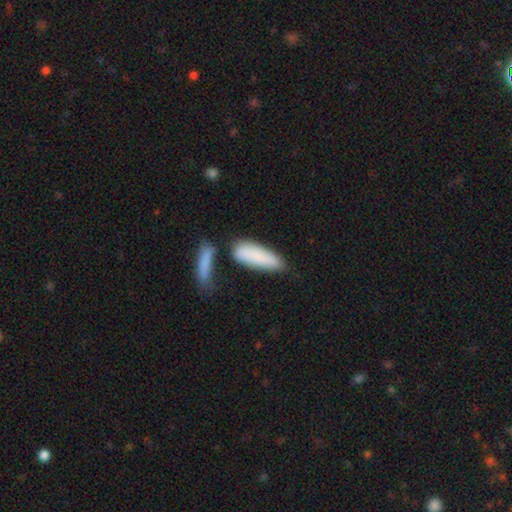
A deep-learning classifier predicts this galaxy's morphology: Q: Smooth or featured?
A: smooth (82%); runner-up: featured or disk (11%)
Q: How rounded?
A: cigar-shaped (50%); runner-up: in between (49%)
Q: Merging?
A: none (54%); runner-up: merger (20%)